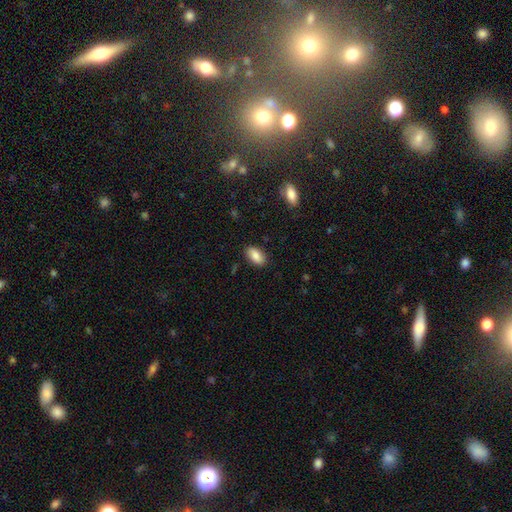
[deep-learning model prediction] A smooth galaxy with no disk features (85%) that is in between round and cigar-shaped (92%). Merging: none (87%).